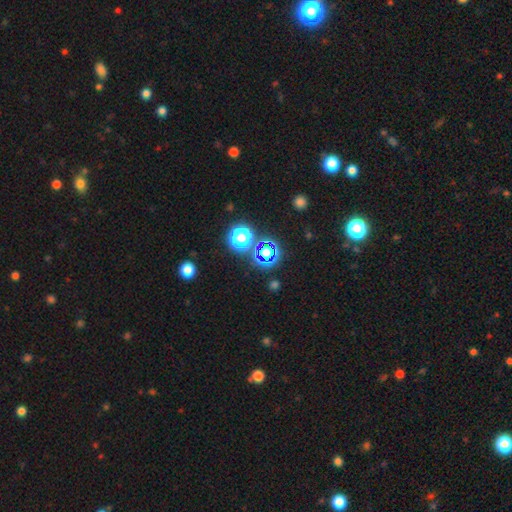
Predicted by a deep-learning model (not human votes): This is likely a star or artifact rather than a galaxy (71%).